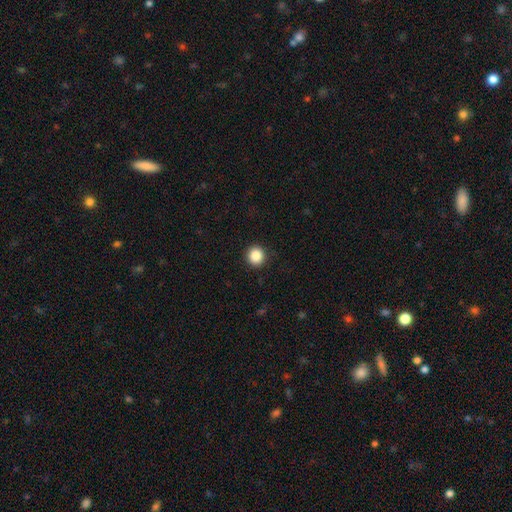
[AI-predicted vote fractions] smooth-or-featured: smooth: 87% | star or artifact: 10% | featured or disk: 3%
  how-rounded: round: 93% | in between: 6% | cigar-shaped: 1%
  merging: none: 92% | minor disturbance: 5% | major disturbance: 2% | merger: 1%